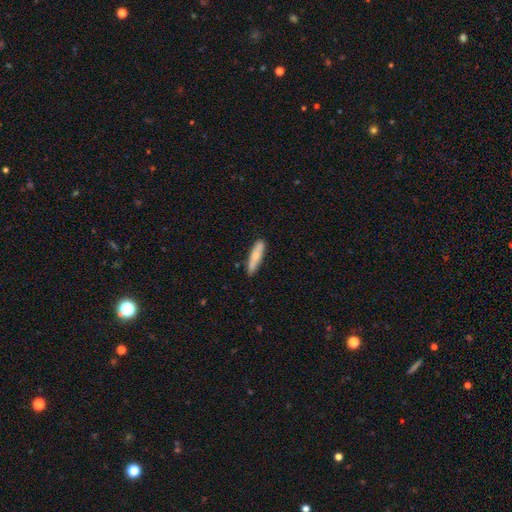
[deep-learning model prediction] smooth 65%, featured or disk 29%, star or artifact 6%. Down the decision tree: how rounded — cigar-shaped (77%); merging — none (83%).